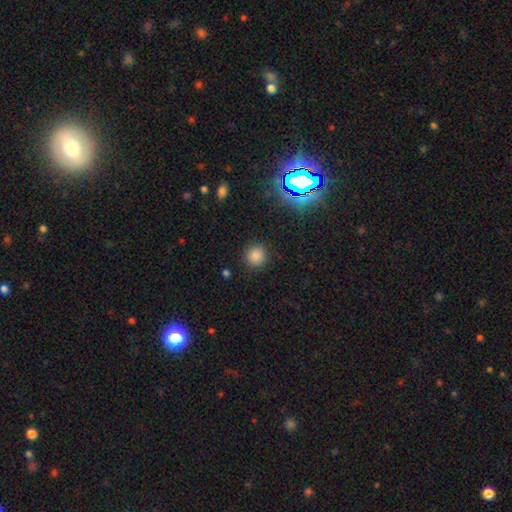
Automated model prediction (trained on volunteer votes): Smooth or featured?
  - smooth: 81% *
  - star or artifact: 15%
  - featured or disk: 4%
How rounded?
  - round: 93% *
  - in between: 6%
  - cigar-shaped: 1%
Merging?
  - none: 89% *
  - minor disturbance: 7%
  - major disturbance: 3%
  - merger: 1%